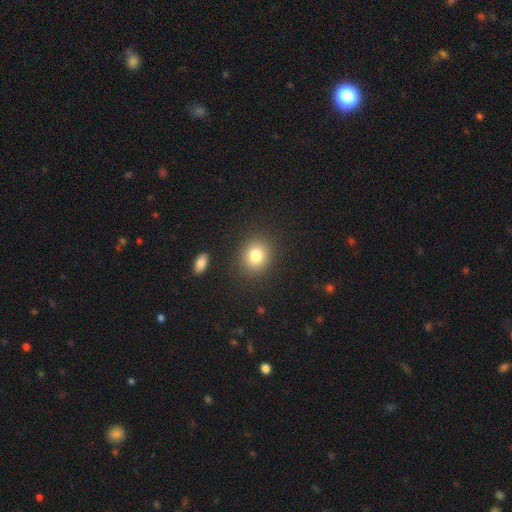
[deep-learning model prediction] A smooth galaxy with no disk features (81%) that is round (71%).

Vote fractions:
- Smooth or featured? smooth: 81% / star or artifact: 11% / featured or disk: 8%
- How rounded? round: 71% / in between: 28% / cigar-shaped: 1%
- Merging? none: 87% / minor disturbance: 8% / major disturbance: 3% / merger: 2%